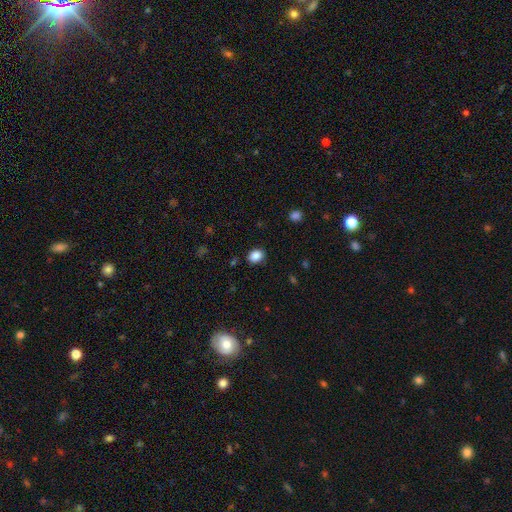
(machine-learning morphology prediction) A smooth galaxy with no disk features (87%) that is round (50%). Merging: none (85%).